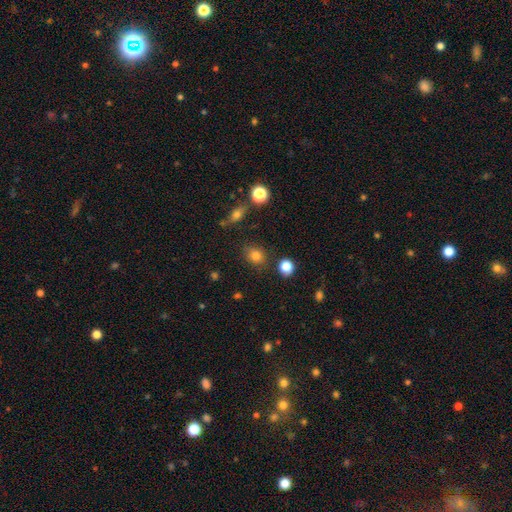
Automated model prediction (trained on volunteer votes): This is clearly a smooth galaxy (81%). How rounded: likely round (69%). Merging: clearly none (80%).